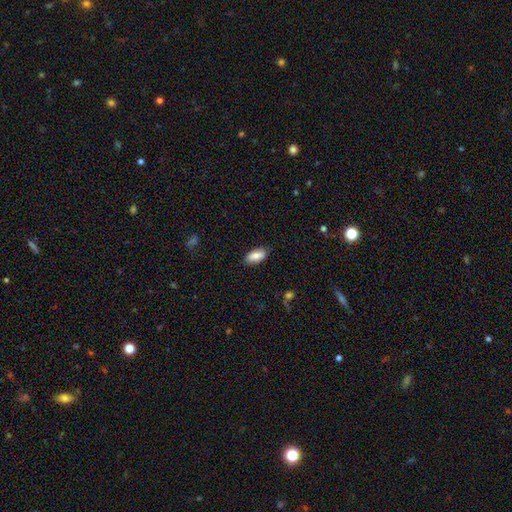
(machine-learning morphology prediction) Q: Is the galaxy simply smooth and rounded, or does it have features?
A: smooth — 84%.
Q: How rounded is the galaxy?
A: in between — 91%.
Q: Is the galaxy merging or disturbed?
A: none — 85%.